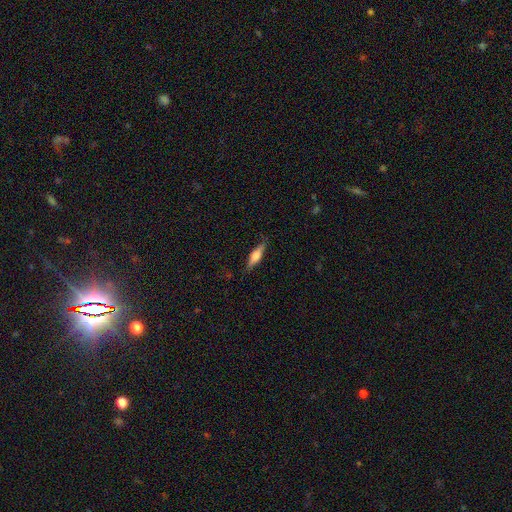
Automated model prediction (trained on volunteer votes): This appears to be a smooth galaxy with no disk features (53%) that is cigar-shaped (64%). Merging: none (80%).